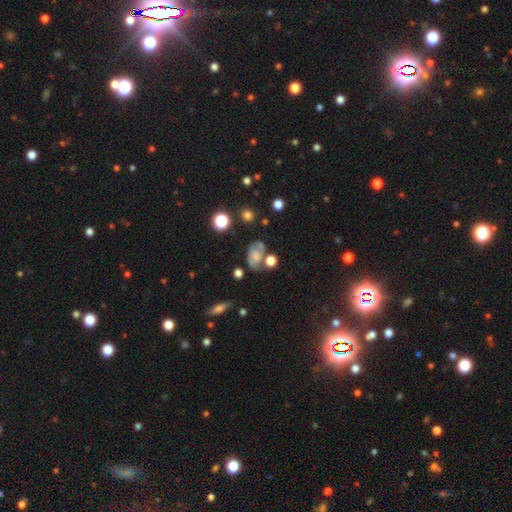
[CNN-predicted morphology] Smooth or featured? smooth (45%)
Merging? none (46%)